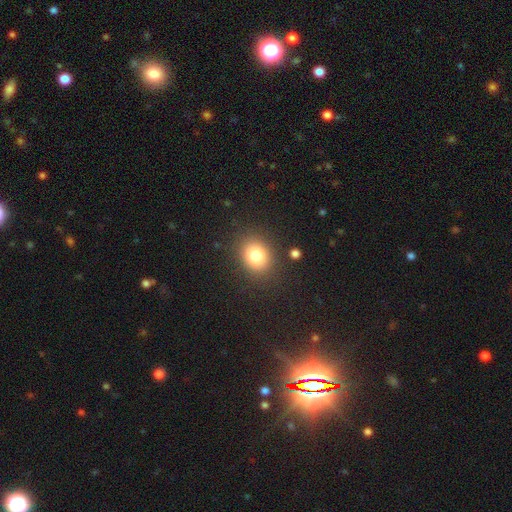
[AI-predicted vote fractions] Overall: smooth (81%). How rounded: round (54%; in between 45%). Merging: none (86%).